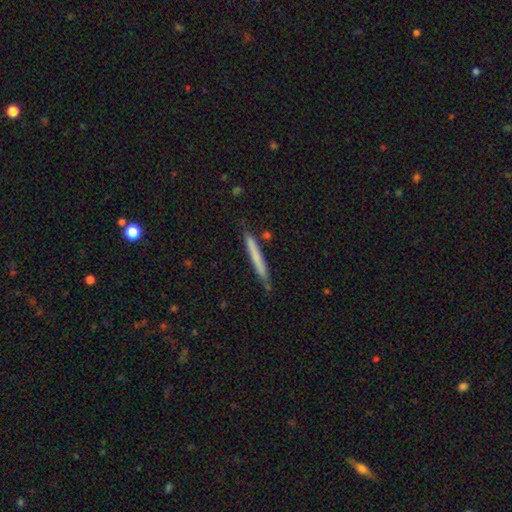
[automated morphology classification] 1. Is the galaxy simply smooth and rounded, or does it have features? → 65% smooth, 28% featured or disk, 6% star or artifact.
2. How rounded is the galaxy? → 96% cigar-shaped, 2% in between, 1% round.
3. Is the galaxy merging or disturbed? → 82% none, 13% minor disturbance, 3% merger, 2% major disturbance.